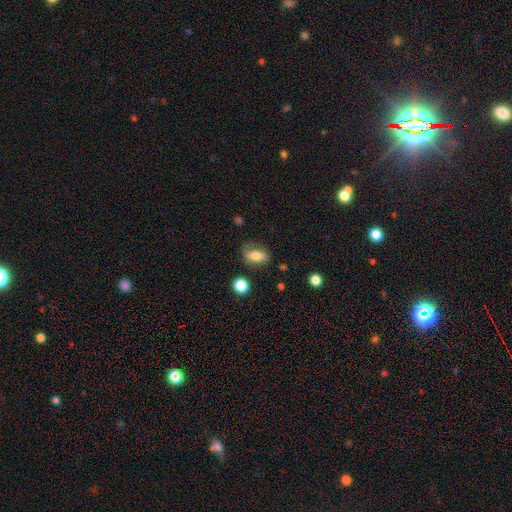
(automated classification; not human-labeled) A smooth galaxy with no disk features (65%) that is in between round and cigar-shaped (82%).

Vote fractions:
- Smooth or featured? smooth: 65% / featured or disk: 26% / star or artifact: 10%
- How rounded? in between: 82% / round: 12% / cigar-shaped: 5%
- Merging? none: 59% / minor disturbance: 26% / major disturbance: 12% / merger: 3%